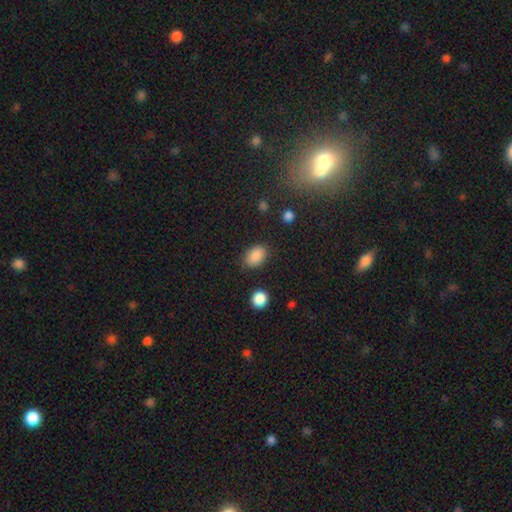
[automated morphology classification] Smooth or featured? Predicted: smooth (p=0.88). How rounded? Predicted: in between (p=0.84). Merging? Predicted: none (p=0.82).